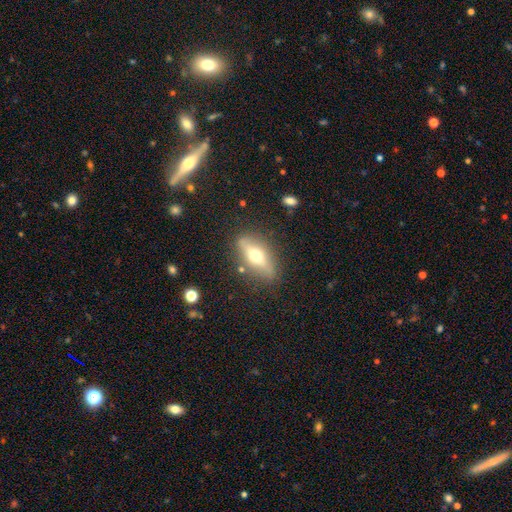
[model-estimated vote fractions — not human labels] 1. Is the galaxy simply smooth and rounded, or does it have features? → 49% featured or disk, 43% smooth, 8% star or artifact.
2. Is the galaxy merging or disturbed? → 80% none, 13% minor disturbance, 4% major disturbance, 2% merger.